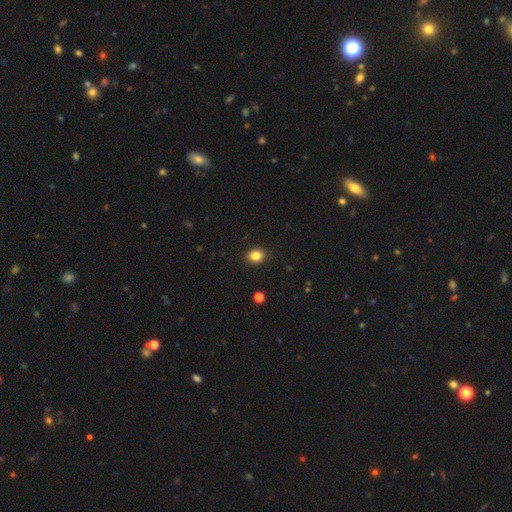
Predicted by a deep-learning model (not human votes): This appears to be a smooth galaxy with no disk features (84%) that is round (54%). Merging: none (89%).